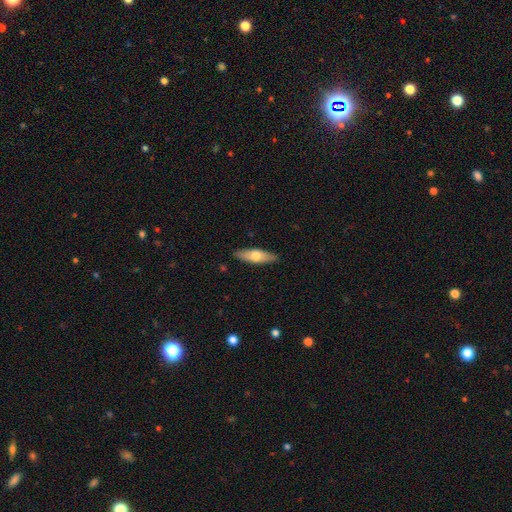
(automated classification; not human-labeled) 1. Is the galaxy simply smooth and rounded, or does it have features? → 58% smooth, 36% featured or disk, 6% star or artifact.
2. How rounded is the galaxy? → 51% in between, 47% cigar-shaped, 2% round.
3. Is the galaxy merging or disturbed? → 87% none, 10% minor disturbance, 2% major disturbance, 1% merger.